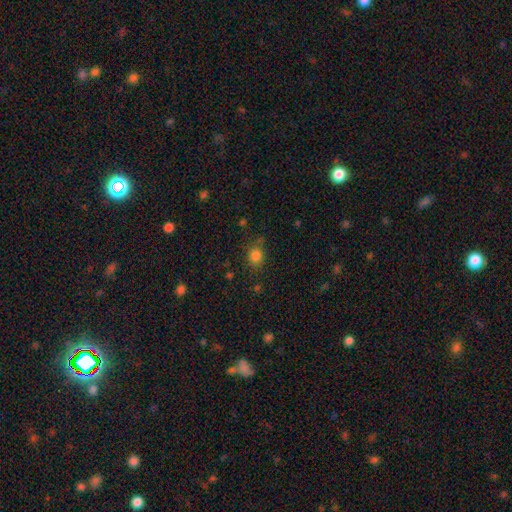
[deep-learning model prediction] smooth_or_featured: smooth (p=0.82) [alt: star or artifact p=0.13]
how_rounded: round (p=0.67) [alt: in between p=0.32]
merging: none (p=0.75) [alt: minor disturbance p=0.16]